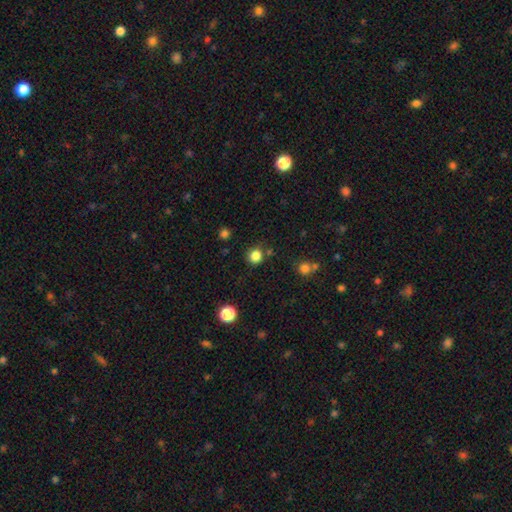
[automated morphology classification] Smooth or featured? smooth (83%)
How rounded? round (89%)
Merging? none (83%)